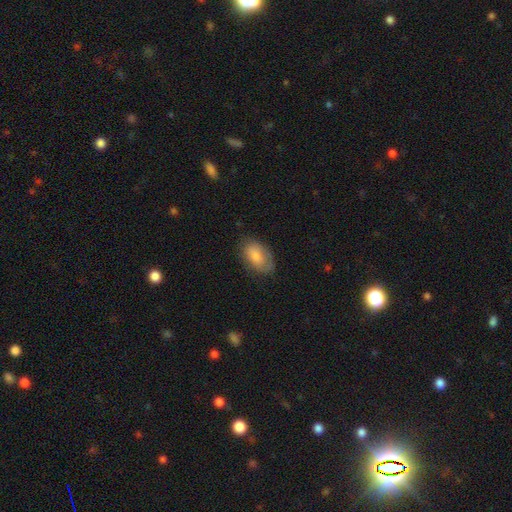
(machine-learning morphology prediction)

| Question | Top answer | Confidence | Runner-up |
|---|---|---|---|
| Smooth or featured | smooth | 76% | featured or disk (18%) |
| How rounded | in between | 92% | round (7%) |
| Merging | none | 70% | minor disturbance (22%) |